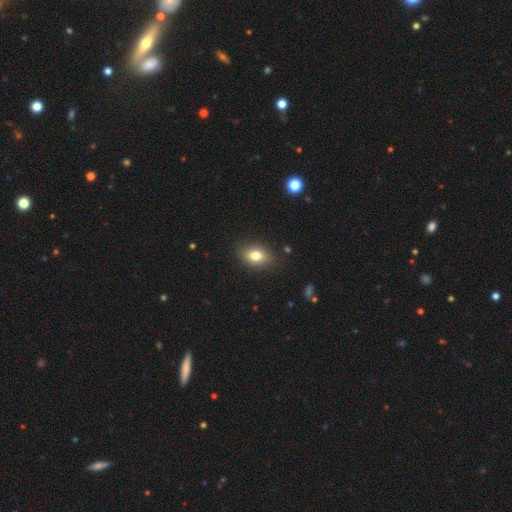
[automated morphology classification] smooth-or-featured: smooth: 79% | featured or disk: 11% | star or artifact: 10%
  how-rounded: in between: 81% | round: 17% | cigar-shaped: 2%
  merging: none: 85% | minor disturbance: 11% | major disturbance: 3% | merger: 1%